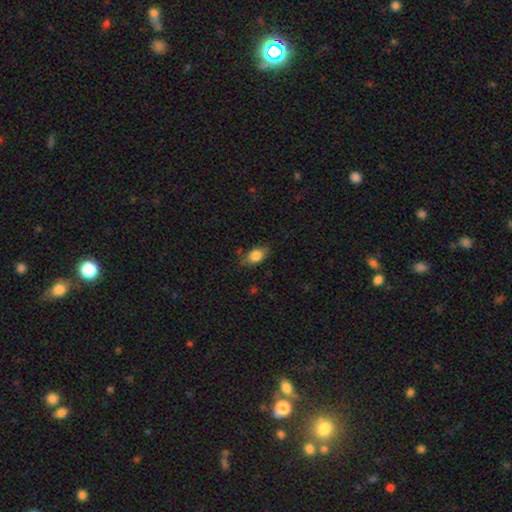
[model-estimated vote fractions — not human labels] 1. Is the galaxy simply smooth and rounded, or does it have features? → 83% smooth, 9% featured or disk, 8% star or artifact.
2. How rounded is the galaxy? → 82% in between, 15% round, 3% cigar-shaped.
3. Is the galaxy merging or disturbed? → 74% none, 20% minor disturbance, 4% major disturbance, 2% merger.